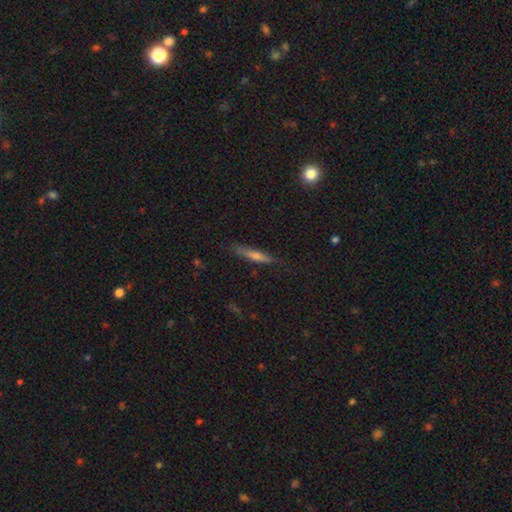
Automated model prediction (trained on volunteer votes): Smooth or featured? smooth (49%)
Merging? none (82%)